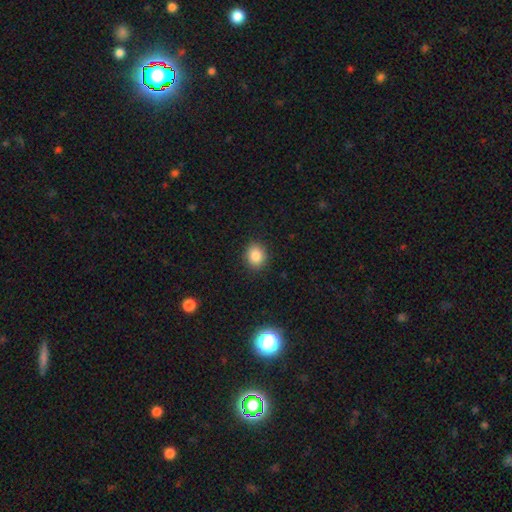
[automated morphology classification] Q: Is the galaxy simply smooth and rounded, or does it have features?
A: smooth — 84%.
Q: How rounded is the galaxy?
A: round — 68%.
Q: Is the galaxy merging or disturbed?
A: none — 90%.